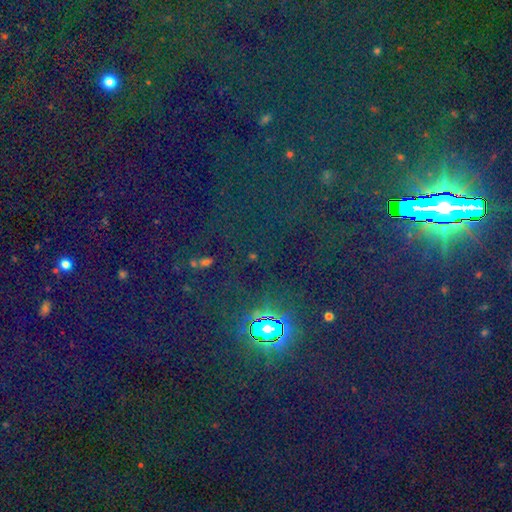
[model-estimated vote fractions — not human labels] Smooth or featured? star or artifact (81%)